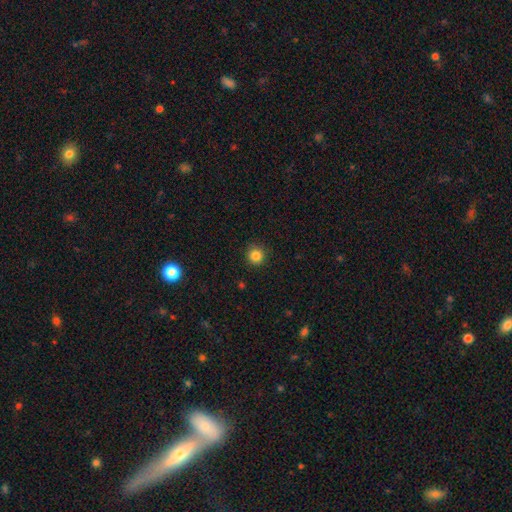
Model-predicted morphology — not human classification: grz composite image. It shows a smooth galaxy with no disk features (85%) that is round (94%). Merging: none (90%).